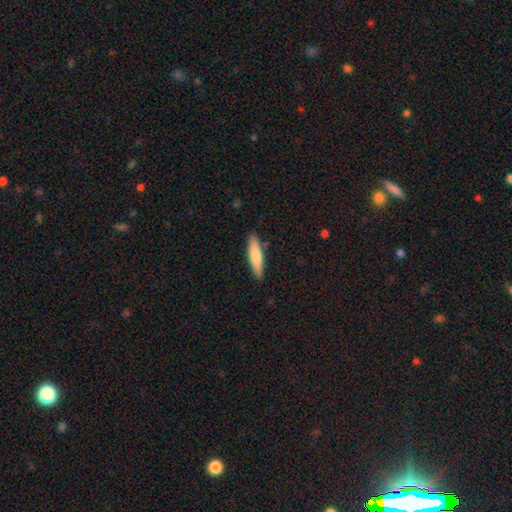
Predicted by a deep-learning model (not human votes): Smooth or featured: smooth — 78% (featured or disk — 17%)
How rounded: cigar-shaped — 74% (in between — 24%)
Merging: none — 87% (minor disturbance — 10%)